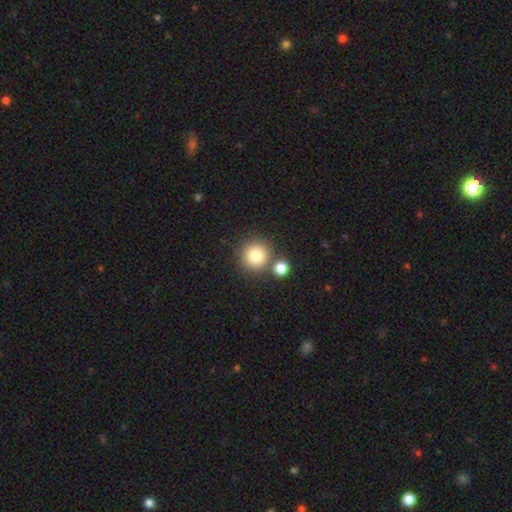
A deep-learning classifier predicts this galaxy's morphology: type=smooth (83%); roundness=round (93%); merging=none (72%).